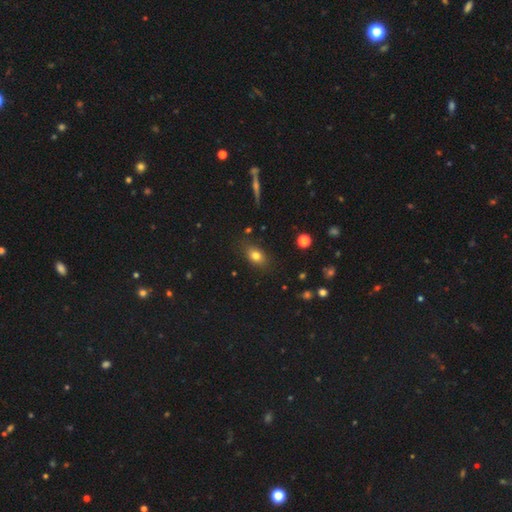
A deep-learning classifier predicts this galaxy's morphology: type=smooth (77%); roundness=in between (74%); merging=none (82%).